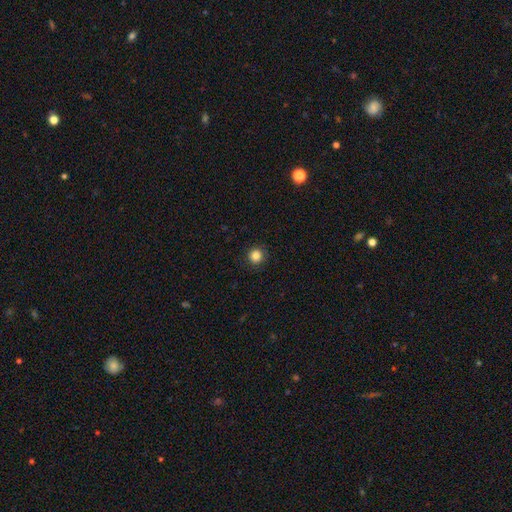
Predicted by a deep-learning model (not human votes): This is clearly a smooth galaxy (85%). How rounded: clearly round (94%). Merging: clearly none (91%).